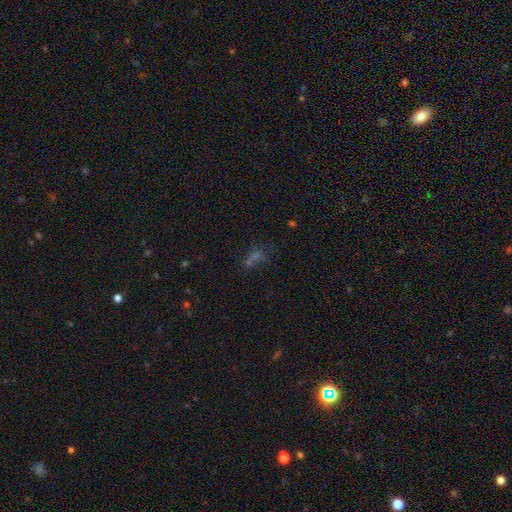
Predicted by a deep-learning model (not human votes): This is marginally a smooth galaxy (42%, tied with star or artifact). Merging: marginally none (44%).